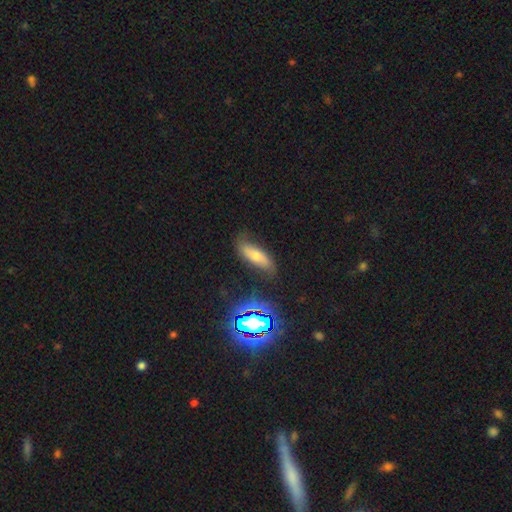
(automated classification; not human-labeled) This appears to be a smooth galaxy with no disk features (47%). Merging: none (72%).